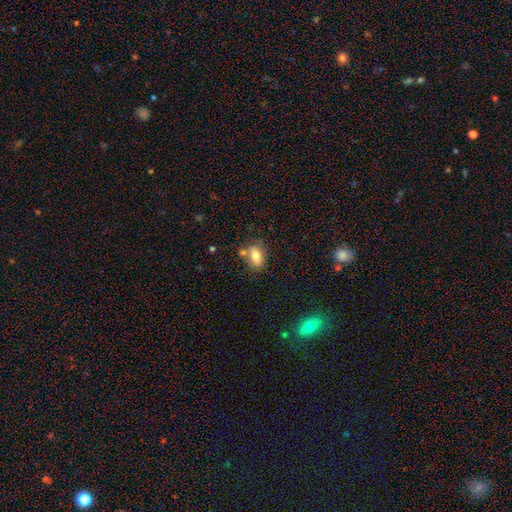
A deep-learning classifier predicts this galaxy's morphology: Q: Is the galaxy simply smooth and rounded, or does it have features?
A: smooth — 75%.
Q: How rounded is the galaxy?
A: in between — 82%.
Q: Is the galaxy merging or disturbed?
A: none — 62%.